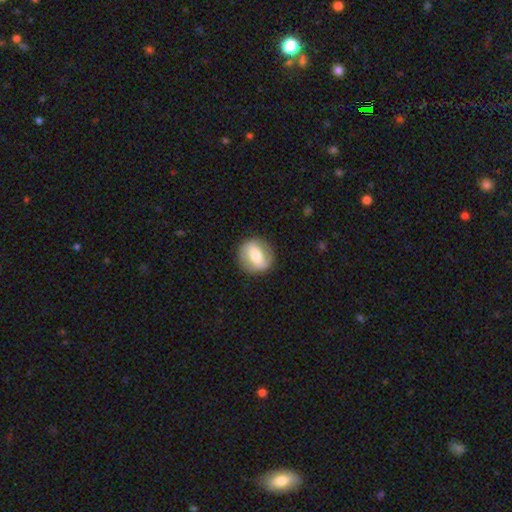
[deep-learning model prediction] A featured or disk galaxy (48%). Merging: none (86%).